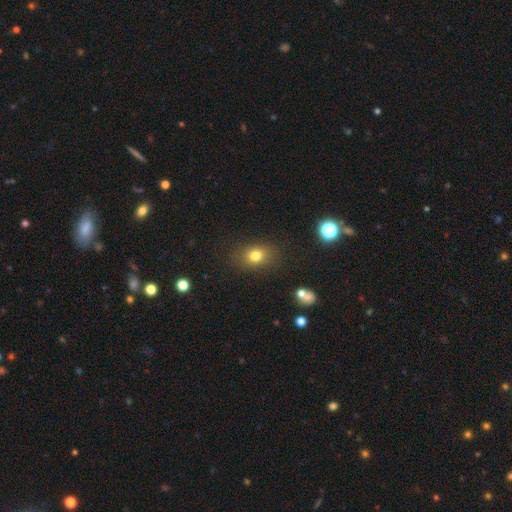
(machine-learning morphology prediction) Q: Smooth or featured?
A: smooth (76%); runner-up: star or artifact (15%)
Q: How rounded?
A: in between (56%); runner-up: round (43%)
Q: Merging?
A: none (83%); runner-up: minor disturbance (11%)